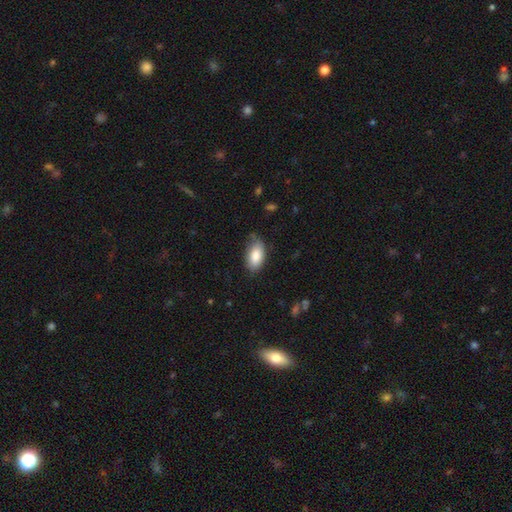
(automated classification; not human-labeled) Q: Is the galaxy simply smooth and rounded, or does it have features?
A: smooth — 86%.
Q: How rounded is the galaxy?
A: in between — 93%.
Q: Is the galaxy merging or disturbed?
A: none — 71%.